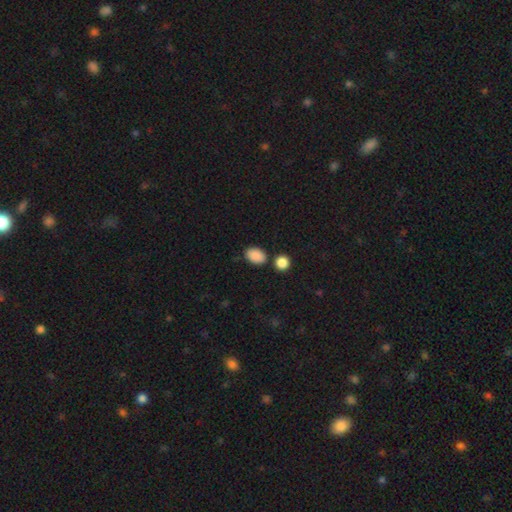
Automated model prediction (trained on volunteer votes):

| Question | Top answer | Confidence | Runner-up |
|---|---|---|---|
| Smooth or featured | smooth | 88% | star or artifact (8%) |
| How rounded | in between | 82% | round (17%) |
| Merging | none | 76% | minor disturbance (11%) |